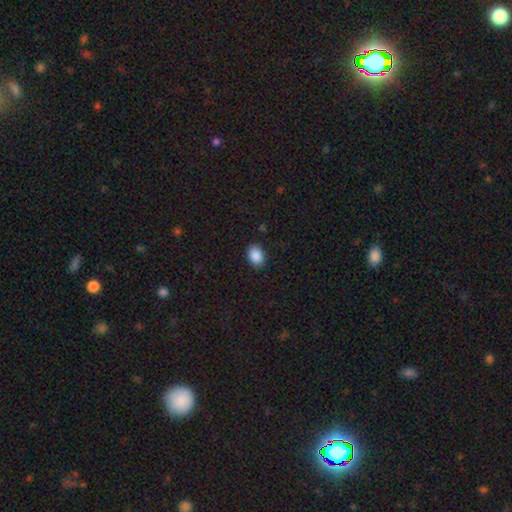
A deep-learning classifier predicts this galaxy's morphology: Overall: smooth (89%). How rounded: in between (76%). Merging: none (88%).